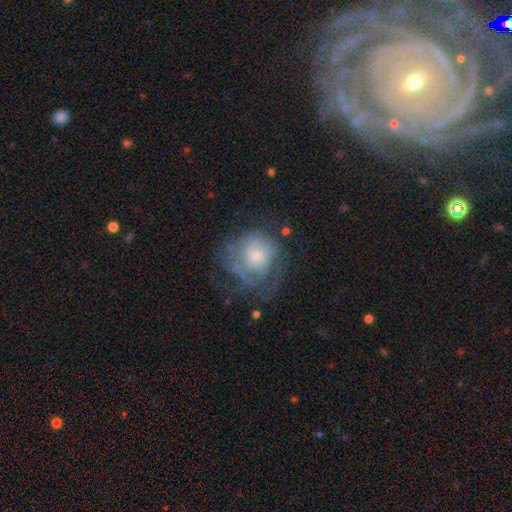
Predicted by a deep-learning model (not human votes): Morphology: type=featured or disk (60%); edge-on=no (97%); bar=no (79%); spiral arms=yes (67%); bulge=moderate (49%); merging=none (50%).